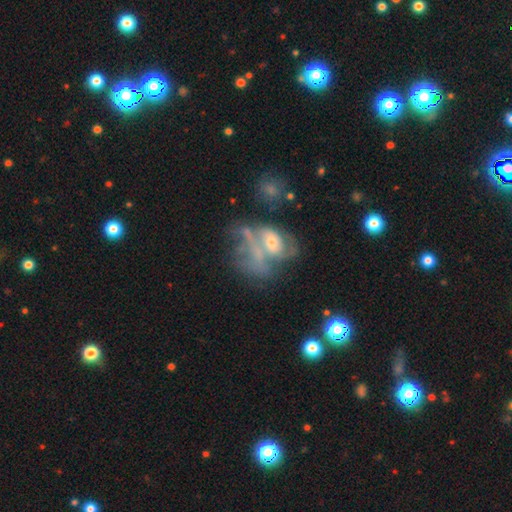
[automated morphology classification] type=featured or disk (62%); edge-on=no (96%); bar=no (67%); spiral arms=yes (54%); bulge=small (46%); merging=merger (37%).